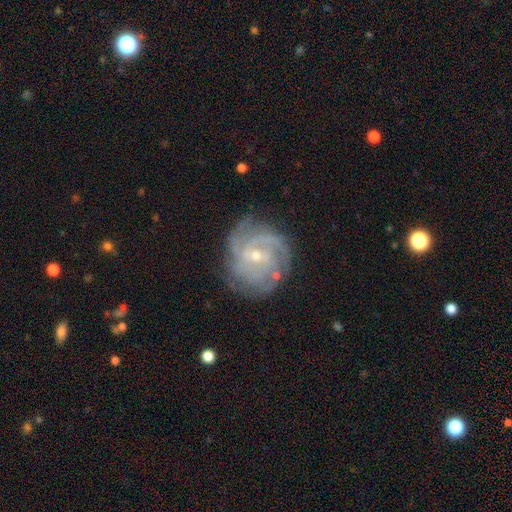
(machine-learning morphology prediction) Smooth or featured: featured or disk — 85% (smooth — 9%)
Edge-on disk: no — 98% (yes — 2%)
Bar: no — 53% (weak — 39%)
Spiral arms: yes — 95% (no — 5%)
Spiral winding: tight — 62% (medium — 31%)
Spiral arm count: can't tell — 30% (3 — 23%)
Bulge size: small — 65% (moderate — 32%)
Merging: none — 73% (minor disturbance — 18%)